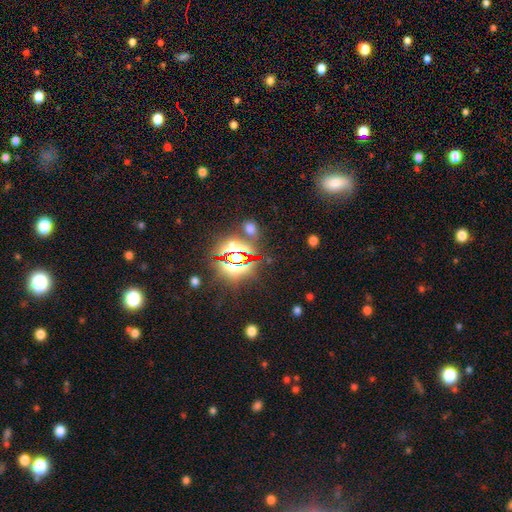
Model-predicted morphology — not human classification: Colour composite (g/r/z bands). It shows a star or artifact, not a galaxy (77%).